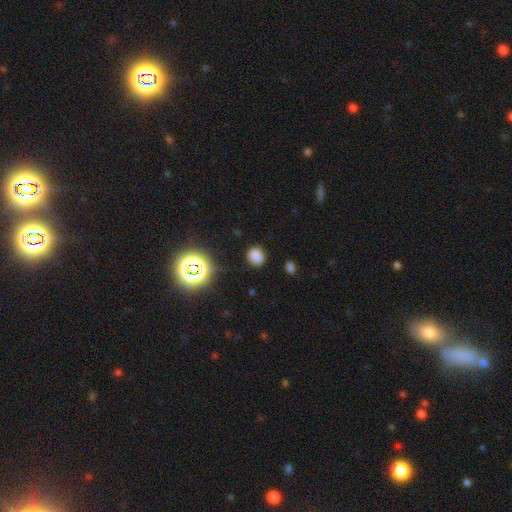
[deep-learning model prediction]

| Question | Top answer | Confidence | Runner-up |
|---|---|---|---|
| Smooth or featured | smooth | 75% | star or artifact (20%) |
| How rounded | round | 71% | in between (28%) |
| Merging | none | 82% | minor disturbance (12%) |